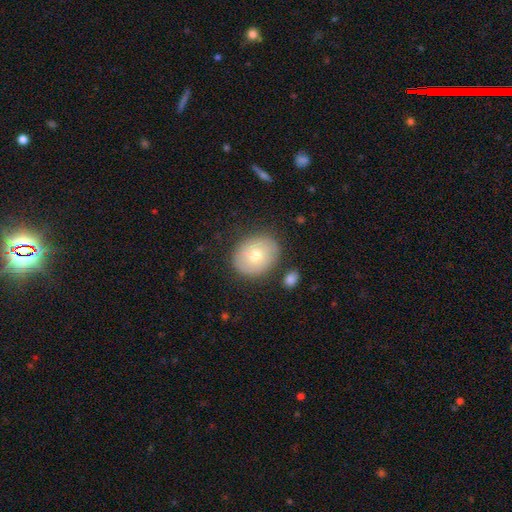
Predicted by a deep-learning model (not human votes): Smooth or featured? Predicted: smooth (p=0.68). How rounded? Predicted: round (p=0.50). Merging? Predicted: none (p=0.80).